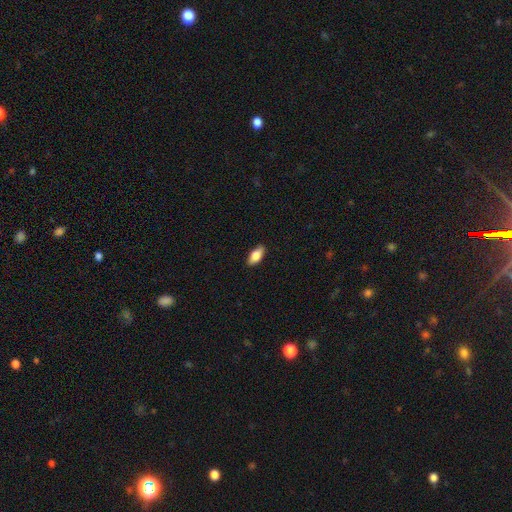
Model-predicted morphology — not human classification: The model was most divided on "smooth or featured": smooth: 81%, featured or disk: 12%, star or artifact: 6%. More confident: merging — none (88%); how rounded — in between (88%).